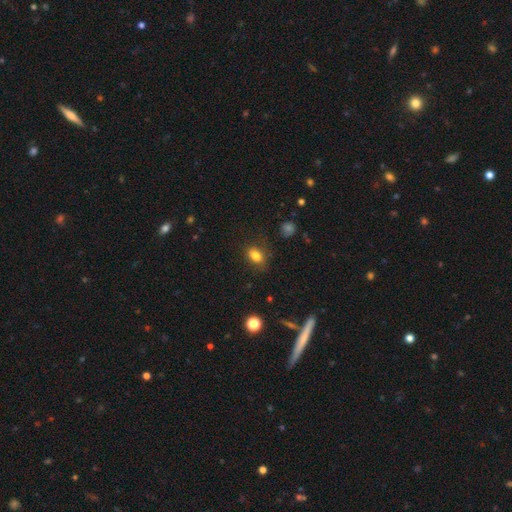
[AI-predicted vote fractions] Smooth or featured: smooth — 81% (star or artifact — 11%)
How rounded: in between — 80% (round — 18%)
Merging: none — 77% (minor disturbance — 16%)